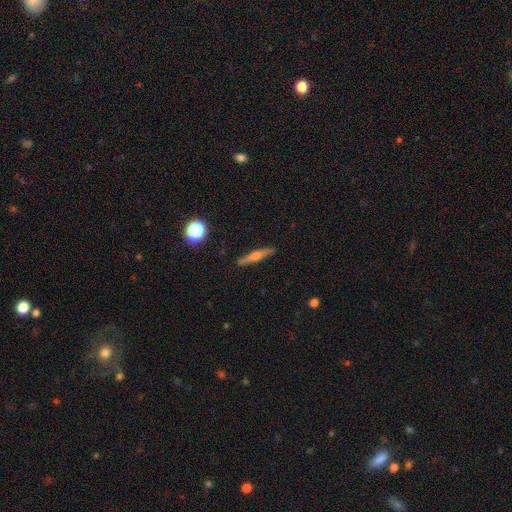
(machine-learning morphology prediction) Smooth or featured? featured or disk (57%)
Edge-on disk? yes (96%)
Edge-on bulge? rounded (84%)
Merging? none (90%)